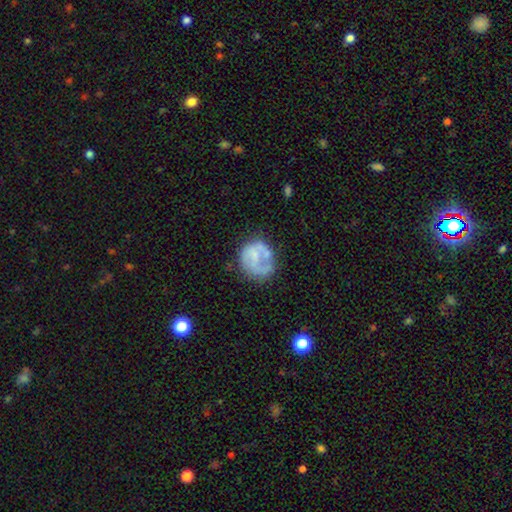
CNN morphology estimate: Smooth or featured? featured or disk (49%)
Merging? none (50%)